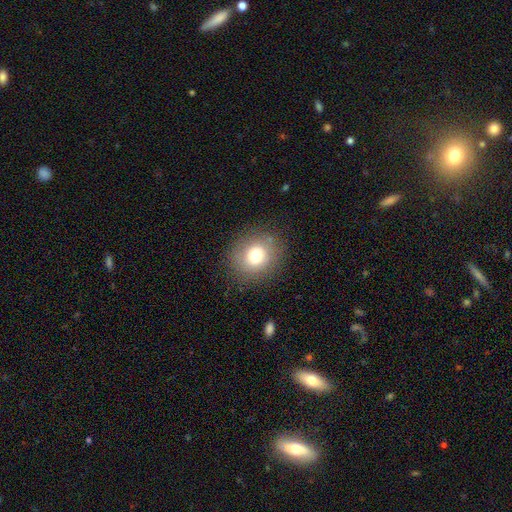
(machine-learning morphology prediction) The model was most divided on "smooth or featured": smooth: 75%, featured or disk: 13%, star or artifact: 12%. More confident: merging — none (85%); how rounded — round (83%).